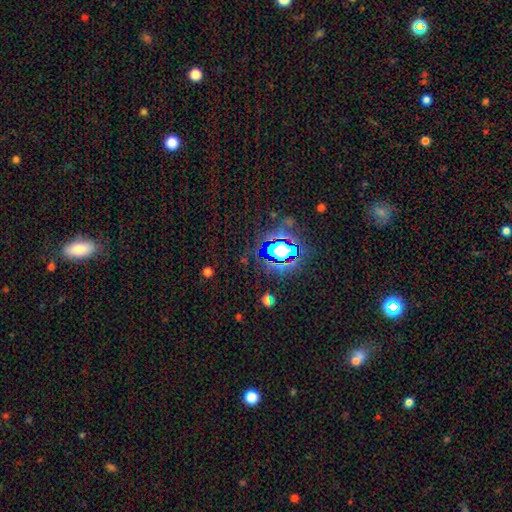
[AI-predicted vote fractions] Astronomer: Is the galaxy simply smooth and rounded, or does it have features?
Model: star or artifact — 80%.